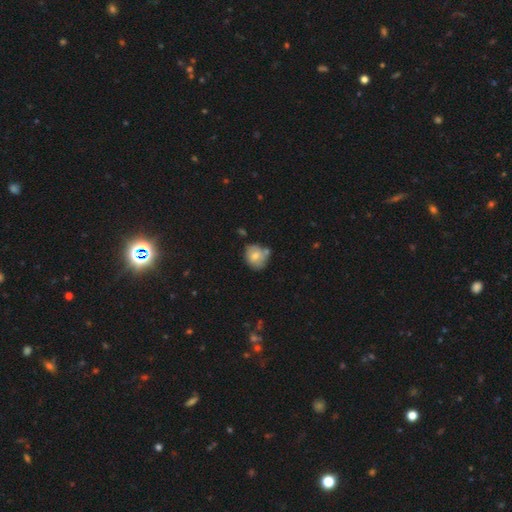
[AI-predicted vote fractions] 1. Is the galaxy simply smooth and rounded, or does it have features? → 72% smooth, 20% featured or disk, 8% star or artifact.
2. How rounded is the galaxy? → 71% round, 28% in between, 1% cigar-shaped.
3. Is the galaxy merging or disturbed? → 56% none, 24% minor disturbance, 14% merger, 5% major disturbance.